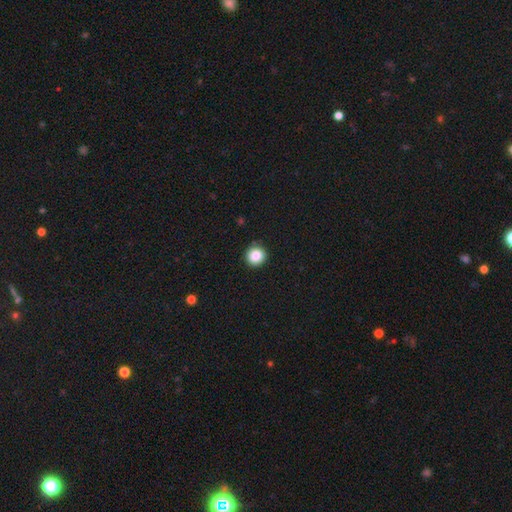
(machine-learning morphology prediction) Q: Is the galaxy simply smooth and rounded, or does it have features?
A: smooth — 85%.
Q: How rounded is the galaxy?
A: round — 94%.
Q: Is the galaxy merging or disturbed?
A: none — 89%.